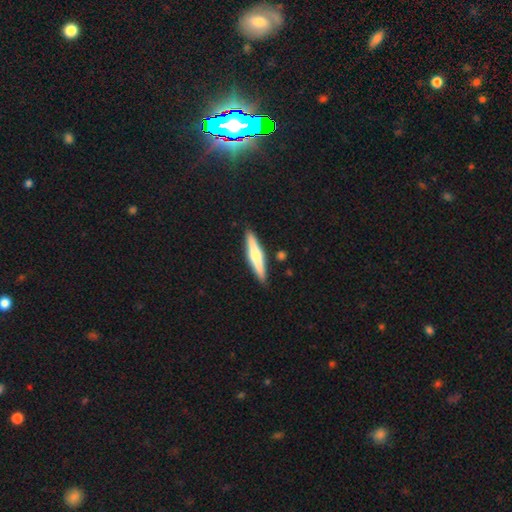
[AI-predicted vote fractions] smooth 51%, featured or disk 43%, star or artifact 6%. Down the decision tree: how rounded — cigar-shaped (87%); merging — none (88%).